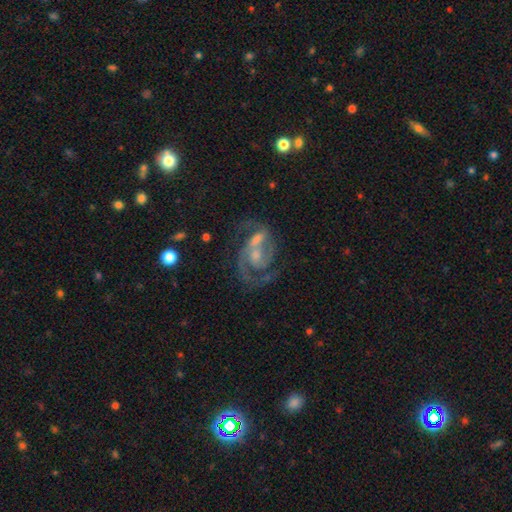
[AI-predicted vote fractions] A featured or disk galaxy (87%) with no bar (48%), 2 (80%) medium (54%) spiral arms (95%) and a moderate central bulge (44%). Merging: none (42%).